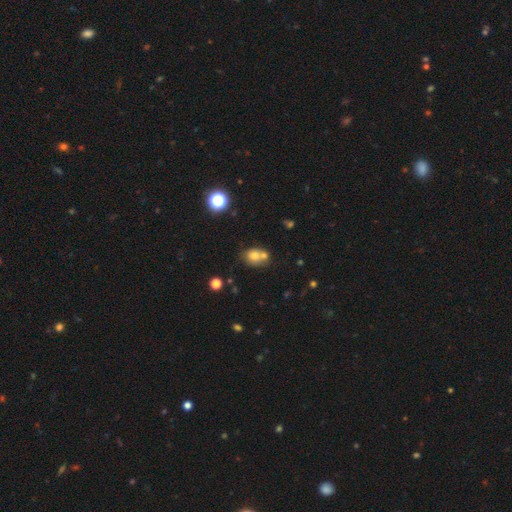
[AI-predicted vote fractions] Smooth or featured? smooth (72%)
How rounded? in between (49%, tied with round)
Merging? merger (43%)